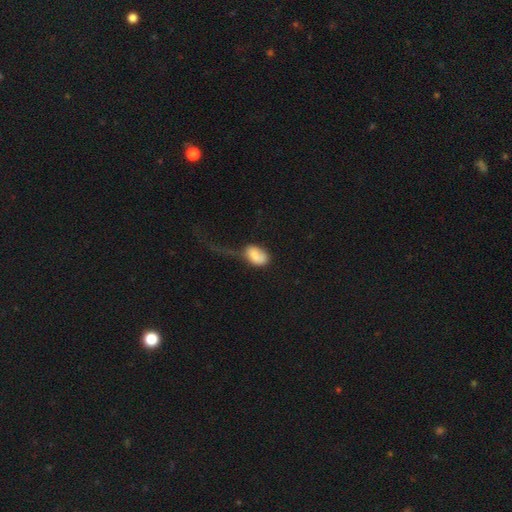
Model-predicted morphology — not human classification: smooth 75%, featured or disk 18%, star or artifact 8%. Down the decision tree: how rounded — in between (87%); merging — major disturbance (49%).